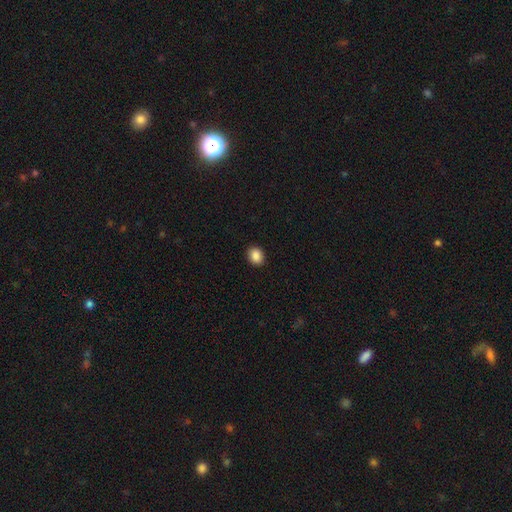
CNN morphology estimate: Smooth or featured? smooth (88%)
How rounded? round (58%)
Merging? none (92%)